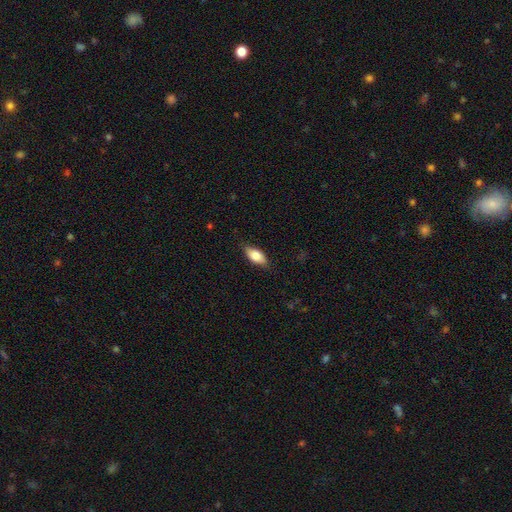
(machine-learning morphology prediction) The model was most divided on "smooth or featured": smooth: 78%, featured or disk: 16%, star or artifact: 7%. More confident: how rounded — in between (87%); merging — none (82%).